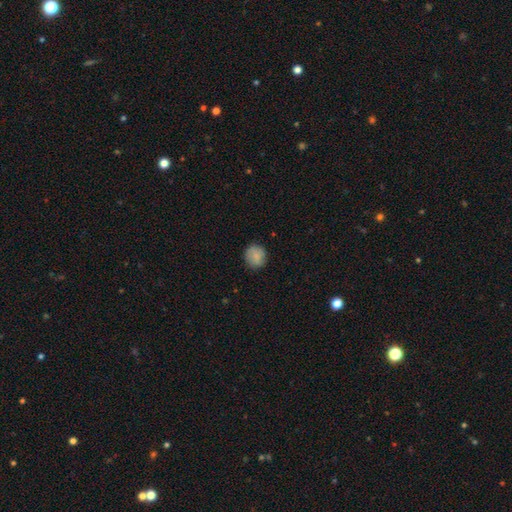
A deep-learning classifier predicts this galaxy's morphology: smooth 84%, featured or disk 9%, star or artifact 8%. Down the decision tree: how rounded — round (88%); merging — none (85%).